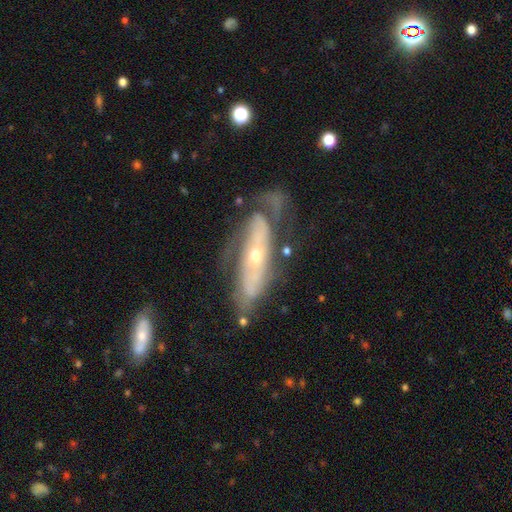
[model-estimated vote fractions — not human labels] Smooth or featured: featured or disk — 80% (smooth — 14%)
Edge-on disk: no — 80% (yes — 20%)
Bar: no — 63% (weak — 22%)
Spiral arms: yes — 82% (no — 18%)
Spiral winding: tight — 52% (medium — 33%)
Spiral arm count: 2 — 45% (can't tell — 38%)
Bulge size: small — 50% (moderate — 46%)
Merging: none — 53% (minor disturbance — 23%)